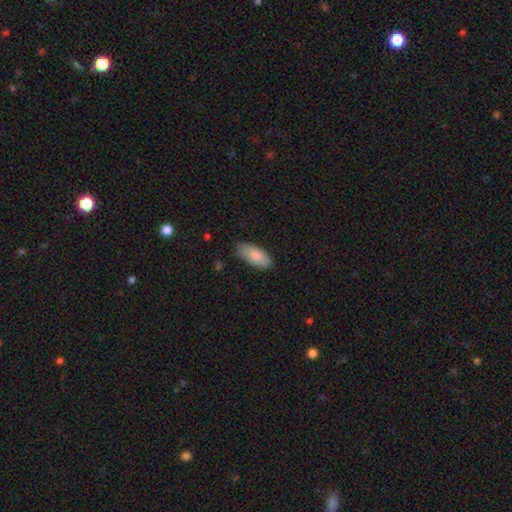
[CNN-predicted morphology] smooth_or_featured: smooth (p=0.86) [alt: featured or disk p=0.09]
how_rounded: in between (p=0.87) [alt: cigar-shaped p=0.11]
merging: none (p=0.76) [alt: minor disturbance p=0.19]